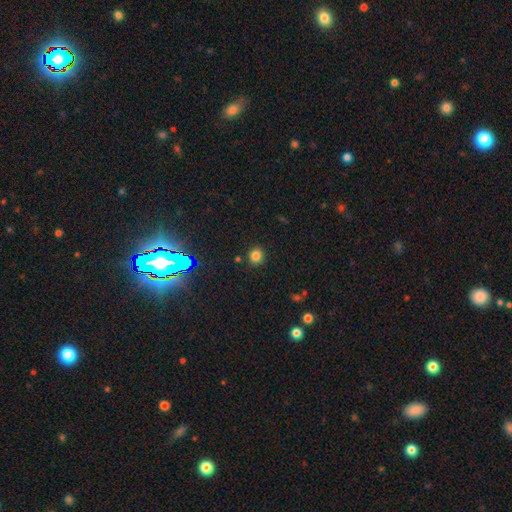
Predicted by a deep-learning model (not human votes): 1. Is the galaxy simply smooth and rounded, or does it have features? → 79% smooth, 16% star or artifact, 5% featured or disk.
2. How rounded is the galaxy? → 87% round, 12% in between, 1% cigar-shaped.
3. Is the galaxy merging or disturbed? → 87% none, 7% minor disturbance, 3% merger, 2% major disturbance.